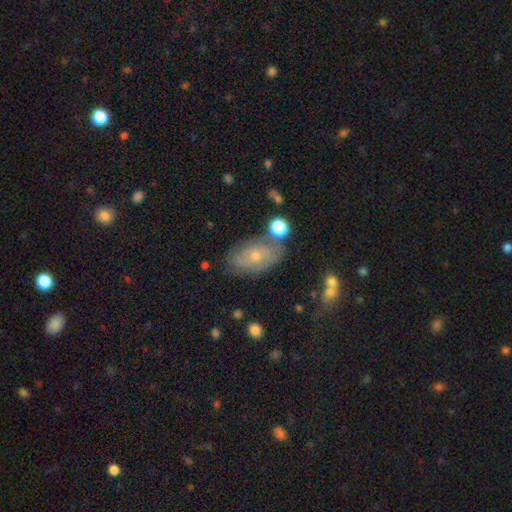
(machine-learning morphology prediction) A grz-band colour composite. It shows a smooth galaxy with no disk features (54%) that is in between round and cigar-shaped (89%). Merging: none (64%).